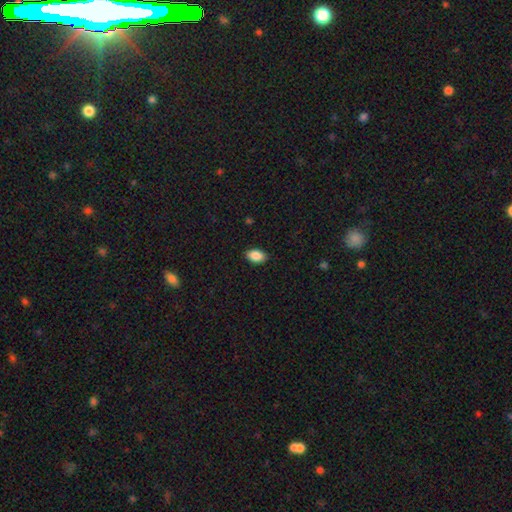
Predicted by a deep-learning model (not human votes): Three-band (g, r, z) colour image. It shows a smooth galaxy with no disk features (89%) that is in between round and cigar-shaped (90%). Merging: none (89%).